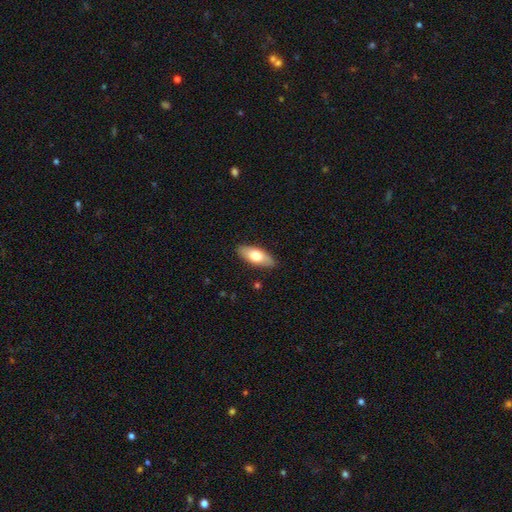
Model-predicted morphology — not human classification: A smooth galaxy with no disk features (66%) that is in between round and cigar-shaped (80%).

Vote fractions:
- Smooth or featured? smooth: 66% / featured or disk: 28% / star or artifact: 6%
- How rounded? in between: 80% / cigar-shaped: 18% / round: 3%
- Merging? none: 87% / minor disturbance: 10% / major disturbance: 2% / merger: 1%